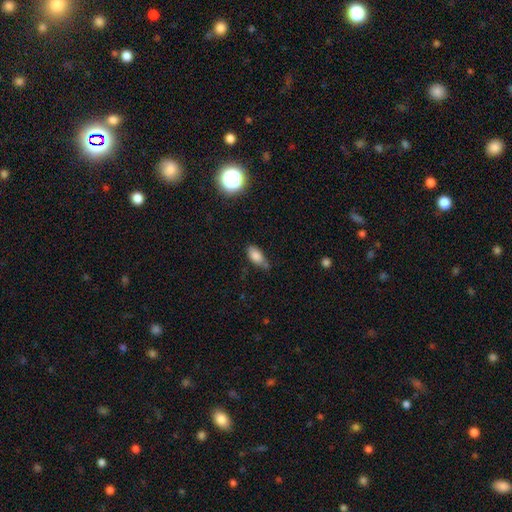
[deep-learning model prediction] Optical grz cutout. It shows a smooth galaxy with no disk features (81%) that is in between round and cigar-shaped (87%). Merging: none (47%).